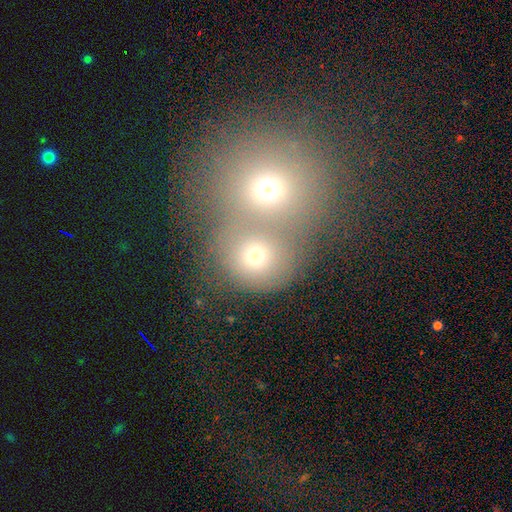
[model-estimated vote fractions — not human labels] Smooth or featured?
  - smooth: 72% *
  - star or artifact: 15%
  - featured or disk: 13%
How rounded?
  - round: 81% *
  - in between: 18%
  - cigar-shaped: 1%
Merging?
  - merger: 60% *
  - none: 31%
  - minor disturbance: 5%
  - major disturbance: 4%